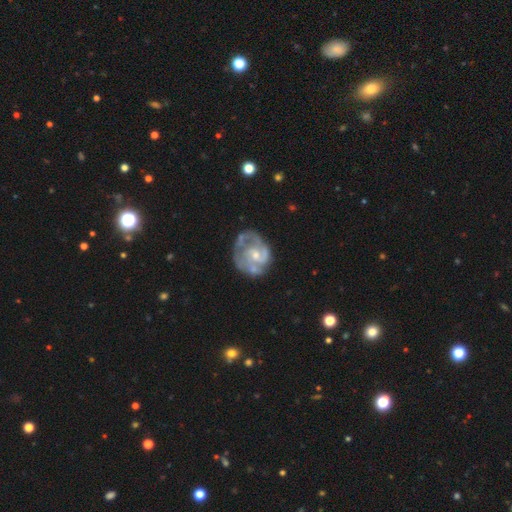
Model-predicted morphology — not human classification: Smooth or featured: featured or disk — 81% (smooth — 13%)
Edge-on disk: no — 98% (yes — 2%)
Bar: no — 63% (weak — 32%)
Spiral arms: yes — 87% (no — 13%)
Spiral winding: tight — 42% (tied with medium — 42%)
Spiral arm count: 2 — 42% (can't tell — 25%)
Bulge size: small — 50% (moderate — 43%)
Merging: none — 52% (minor disturbance — 24%)